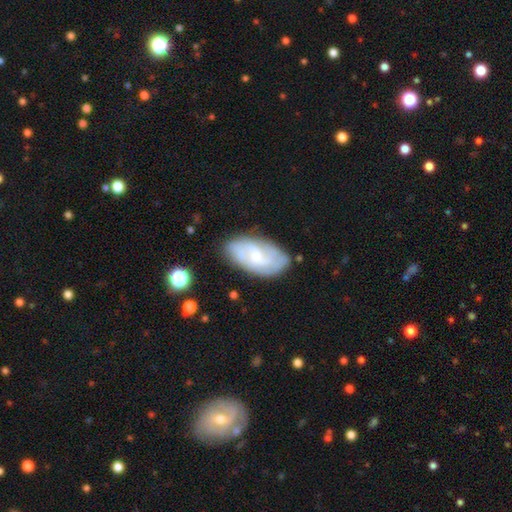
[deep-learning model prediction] A featured or disk galaxy (62%) with a weak bar (49%), spiral arms (80%) and a small central bulge (42%).

Vote fractions:
- Smooth or featured? featured or disk: 62% / smooth: 31% / star or artifact: 7%
- Edge-on disk? no: 95% / yes: 5%
- Bar? weak: 49% / no: 39% / strong: 12%
- Spiral arms? yes: 80% / no: 20%
- Bulge size? small: 42% / moderate: 31% / none: 21% / large: 4% / dominant: 1%
- Merging? none: 71% / minor disturbance: 20% / major disturbance: 6% / merger: 3%